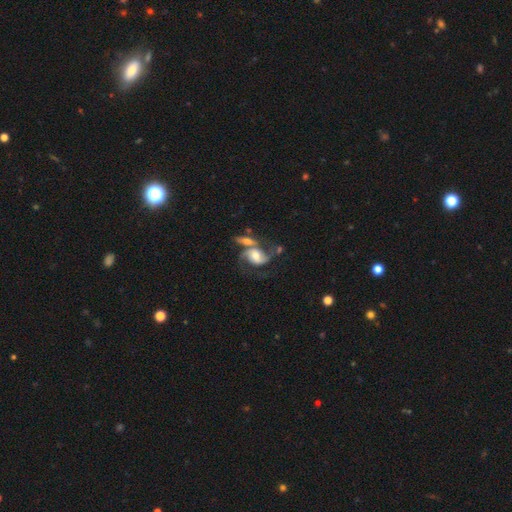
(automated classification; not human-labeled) Q: Smooth or featured?
A: featured or disk (76%); runner-up: smooth (17%)
Q: Edge-on disk?
A: no (97%); runner-up: yes (3%)
Q: Bar?
A: no (54%); runner-up: weak (34%)
Q: Spiral arms?
A: yes (93%); runner-up: no (7%)
Q: Spiral winding?
A: medium (45%); runner-up: loose (40%)
Q: Spiral arm count?
A: 2 (84%); runner-up: 1 (6%)
Q: Bulge size?
A: moderate (56%); runner-up: large (20%)
Q: Merging?
A: merger (40%); runner-up: none (30%)